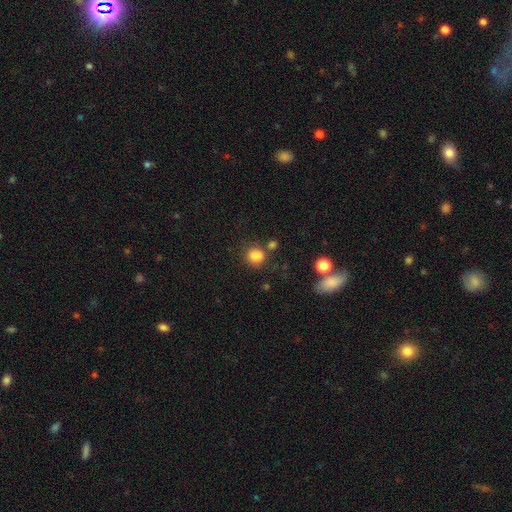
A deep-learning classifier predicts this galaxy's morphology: smooth_or_featured: smooth (p=0.83) [alt: star or artifact p=0.11]
how_rounded: round (p=0.75) [alt: in between p=0.24]
merging: none (p=0.70) [alt: minor disturbance p=0.14]